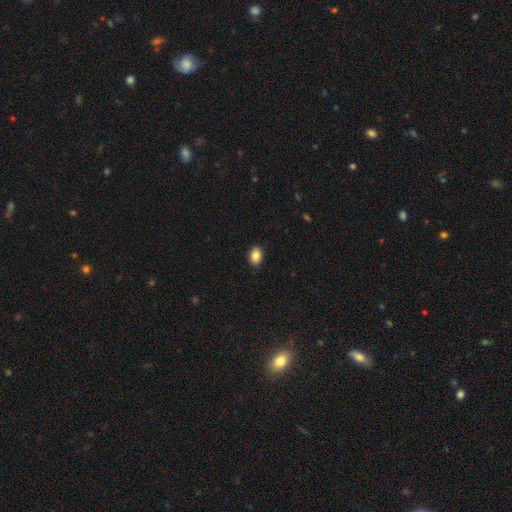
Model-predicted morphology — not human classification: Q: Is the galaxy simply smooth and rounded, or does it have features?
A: smooth — 87%.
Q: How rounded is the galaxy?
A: in between — 81%.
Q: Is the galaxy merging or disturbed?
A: none — 89%.